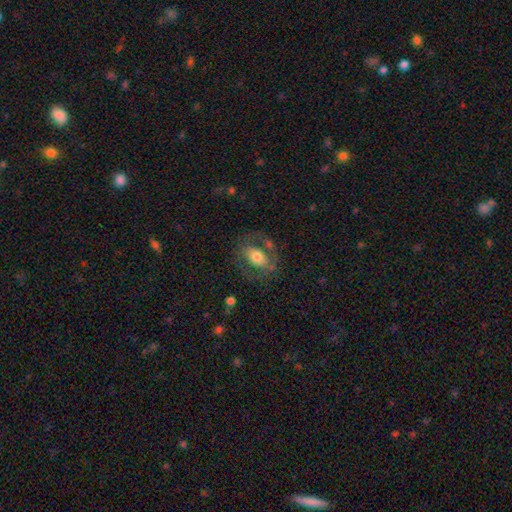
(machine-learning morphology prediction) A smooth galaxy with no disk features (46%). Merging: none (69%).